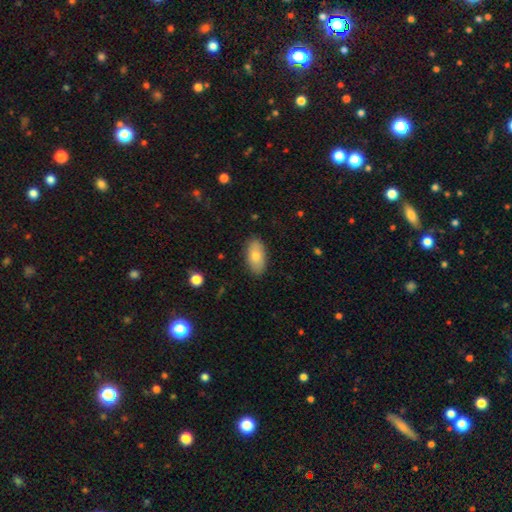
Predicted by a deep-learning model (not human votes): Smooth or featured? smooth (77%)
How rounded? in between (92%)
Merging? none (88%)